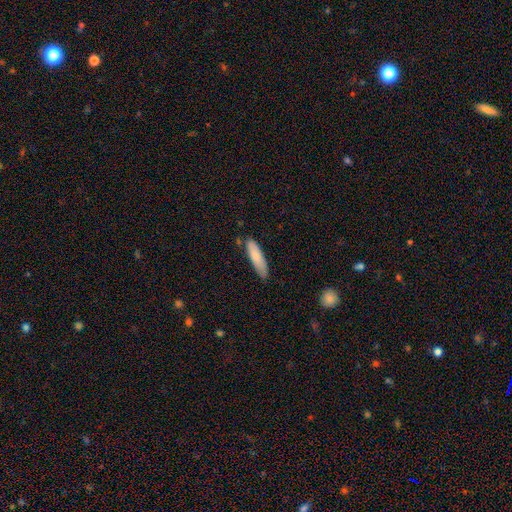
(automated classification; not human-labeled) Smooth or featured? Predicted: smooth (p=0.82). How rounded? Predicted: cigar-shaped (p=0.71). Merging? Predicted: none (p=0.76).